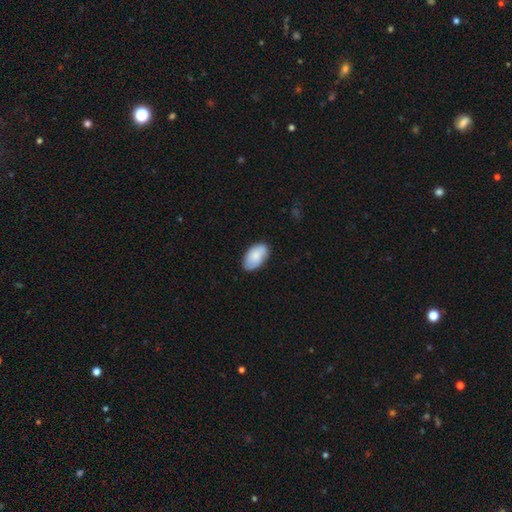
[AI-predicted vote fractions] Overall: smooth (80%). How rounded: in between (95%). Merging: none (80%).